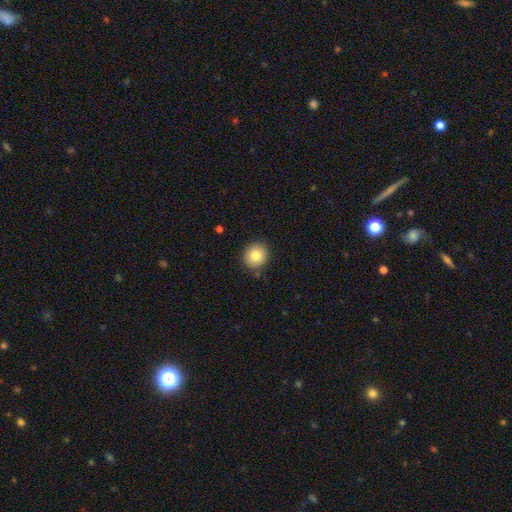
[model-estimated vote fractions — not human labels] This appears to be a smooth galaxy with no disk features (82%) that is round (89%). Merging: none (87%).